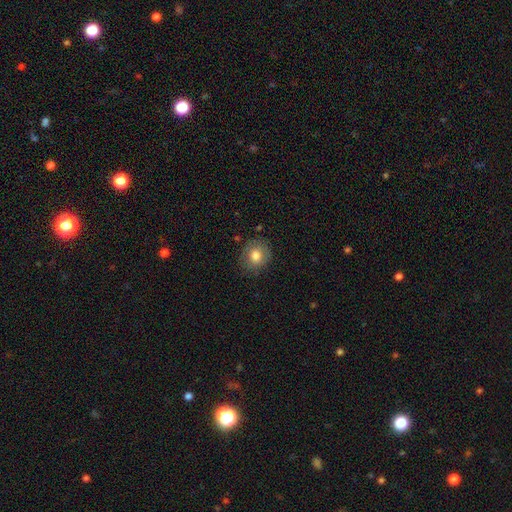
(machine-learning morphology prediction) Smooth or featured? smooth (76%)
How rounded? round (77%)
Merging? none (80%)